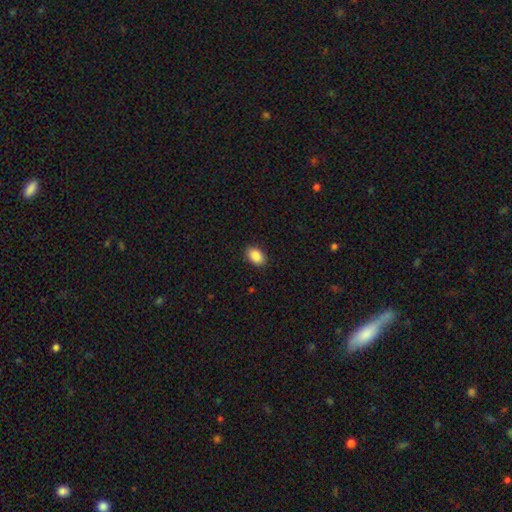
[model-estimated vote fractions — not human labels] smooth-or-featured: smooth: 89% | star or artifact: 7% | featured or disk: 4%
  how-rounded: in between: 86% | round: 13% | cigar-shaped: 1%
  merging: none: 89% | minor disturbance: 8% | major disturbance: 2% | merger: 1%